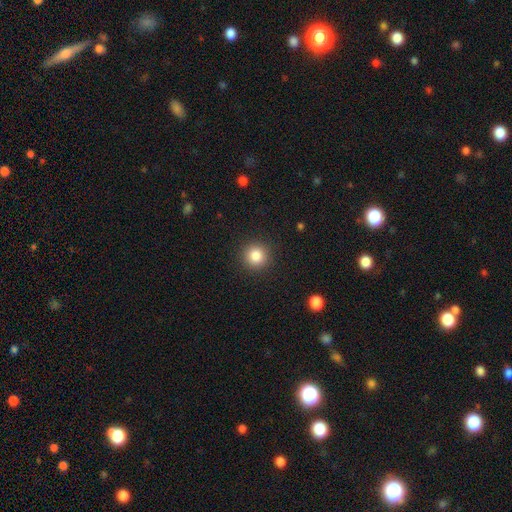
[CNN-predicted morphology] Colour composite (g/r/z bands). It shows a smooth galaxy with no disk features (84%) that is round (94%). Merging: none (91%).